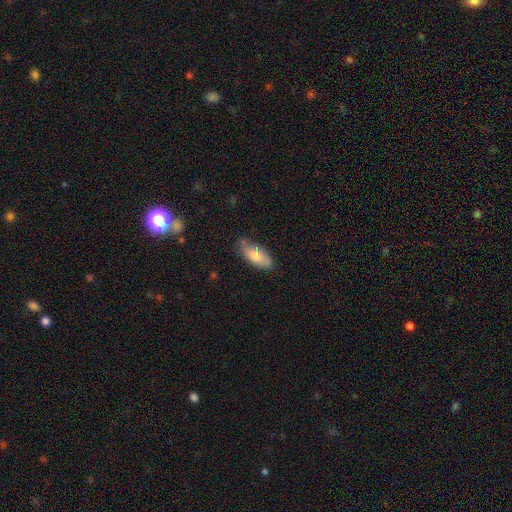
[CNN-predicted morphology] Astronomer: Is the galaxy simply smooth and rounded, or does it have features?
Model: smooth — 75%.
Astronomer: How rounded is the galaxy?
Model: in between — 82%.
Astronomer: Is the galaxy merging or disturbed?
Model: none — 69%.